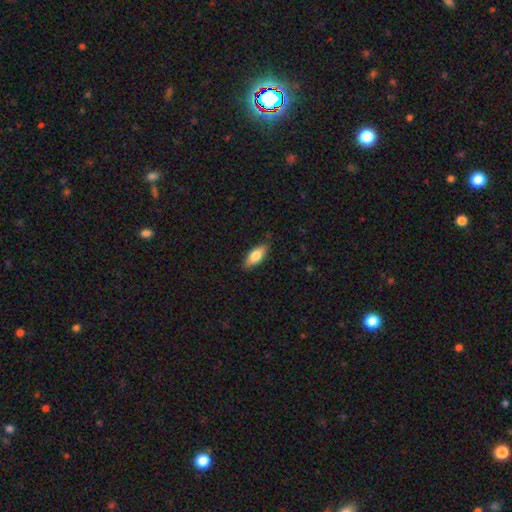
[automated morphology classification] Smooth or featured: smooth — 75% (featured or disk — 19%)
How rounded: in between — 76% (cigar-shaped — 21%)
Merging: none — 85% (minor disturbance — 12%)